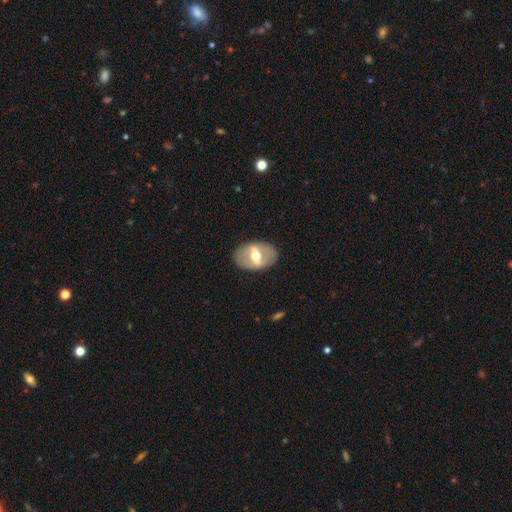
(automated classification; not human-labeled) Smooth or featured: featured or disk — 62% (smooth — 32%)
Edge-on disk: no — 86% (yes — 14%)
Bar: strong — 61% (weak — 29%)
Spiral arms: no — 85% (yes — 15%)
Bulge size: moderate — 71% (large — 17%)
Merging: none — 85% (minor disturbance — 10%)